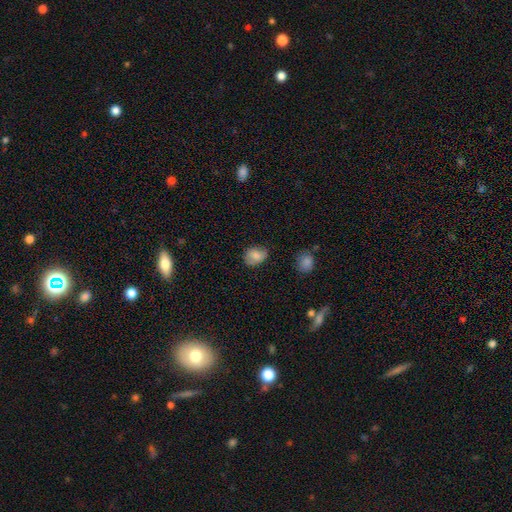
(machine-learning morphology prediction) This appears to be a smooth galaxy with no disk features (75%) that is in between round and cigar-shaped (60%). Merging: none (70%).